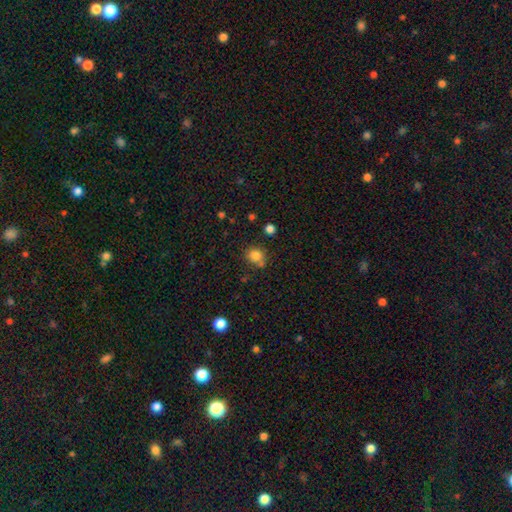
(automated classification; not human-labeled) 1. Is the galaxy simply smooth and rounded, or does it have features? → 82% smooth, 12% star or artifact, 6% featured or disk.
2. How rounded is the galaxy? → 74% round, 25% in between, 1% cigar-shaped.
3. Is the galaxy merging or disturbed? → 67% none, 18% minor disturbance, 11% merger, 5% major disturbance.